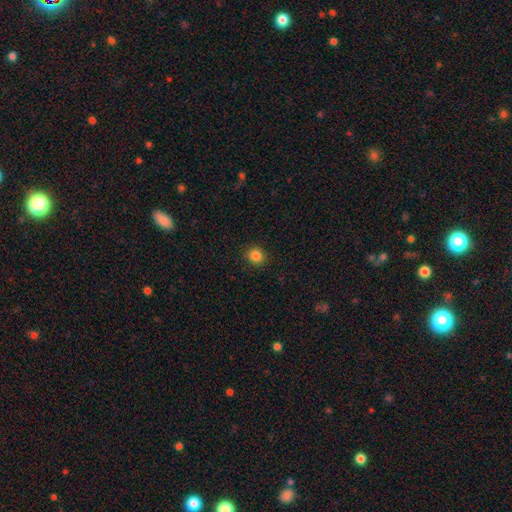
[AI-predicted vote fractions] smooth_or_featured: smooth (p=0.85) [alt: star or artifact p=0.11]
how_rounded: round (p=0.89) [alt: in between p=0.10]
merging: none (p=0.92) [alt: minor disturbance p=0.05]